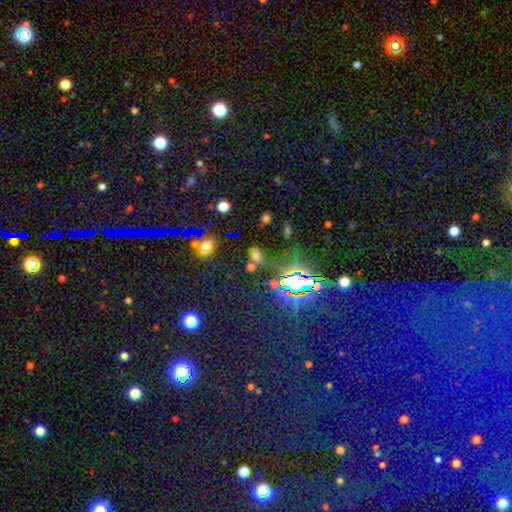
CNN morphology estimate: Q: Smooth or featured?
A: star or artifact (53%); runner-up: smooth (37%)